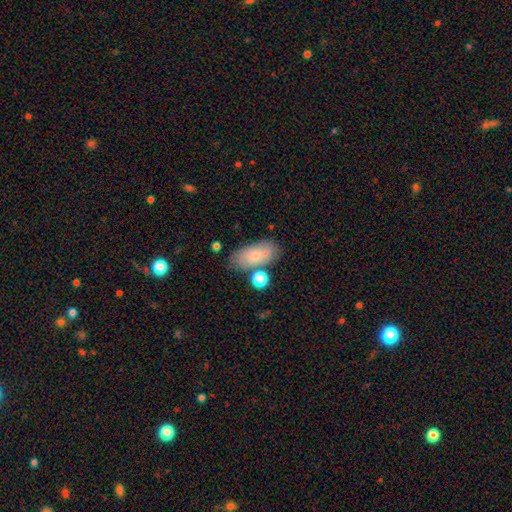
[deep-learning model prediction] A smooth galaxy with no disk features (71%) that is in between round and cigar-shaped (89%).

Vote fractions:
- Smooth or featured? smooth: 71% / featured or disk: 21% / star or artifact: 8%
- How rounded? in between: 89% / cigar-shaped: 6% / round: 5%
- Merging? none: 66% / minor disturbance: 18% / merger: 11% / major disturbance: 5%